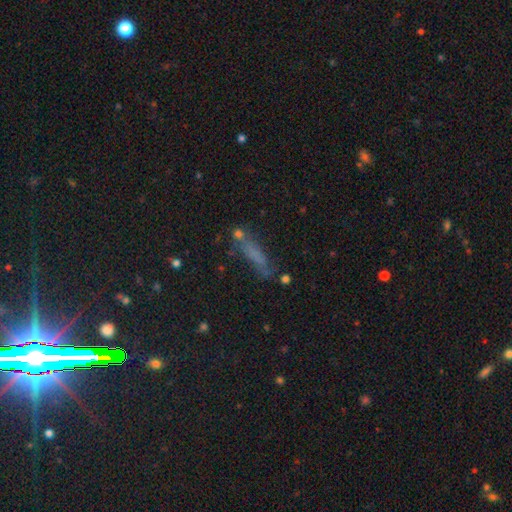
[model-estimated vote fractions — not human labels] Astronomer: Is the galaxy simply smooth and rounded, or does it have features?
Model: smooth — 60%.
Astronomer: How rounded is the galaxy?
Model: cigar-shaped — 75%.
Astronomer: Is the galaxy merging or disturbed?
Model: none — 58%.